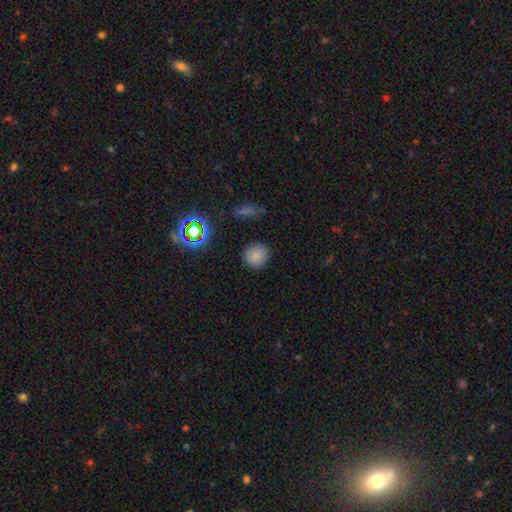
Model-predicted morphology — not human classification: smooth 80%, star or artifact 14%, featured or disk 6%. Down the decision tree: how rounded — round (90%); merging — none (88%).